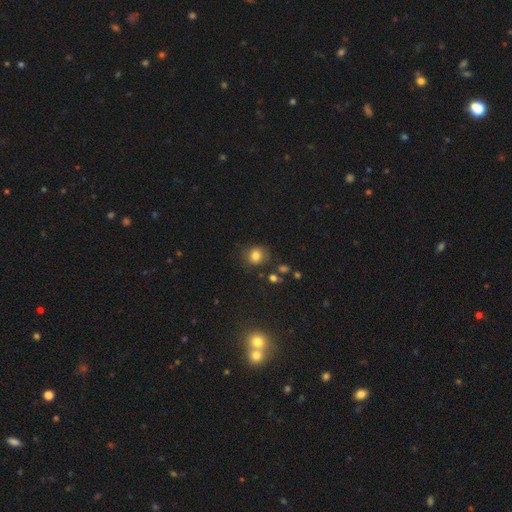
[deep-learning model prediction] Smooth or featured?
  - smooth: 80% *
  - star or artifact: 13%
  - featured or disk: 7%
How rounded?
  - round: 77% *
  - in between: 22%
  - cigar-shaped: 1%
Merging?
  - none: 78% *
  - minor disturbance: 14%
  - major disturbance: 4%
  - merger: 4%